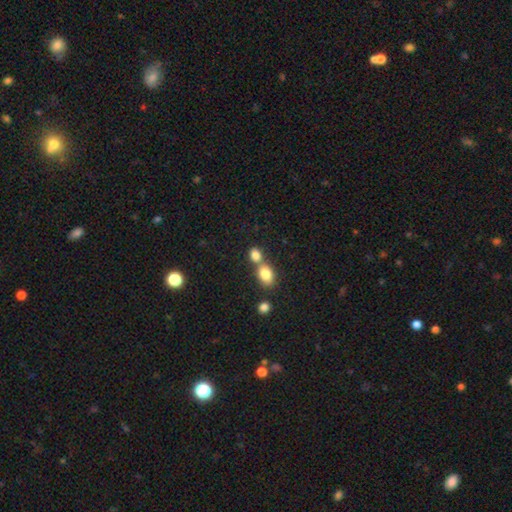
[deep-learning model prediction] Smooth or featured? Predicted: smooth (p=0.82). How rounded? Predicted: in between (p=0.63). Merging? Predicted: merger (p=0.53).